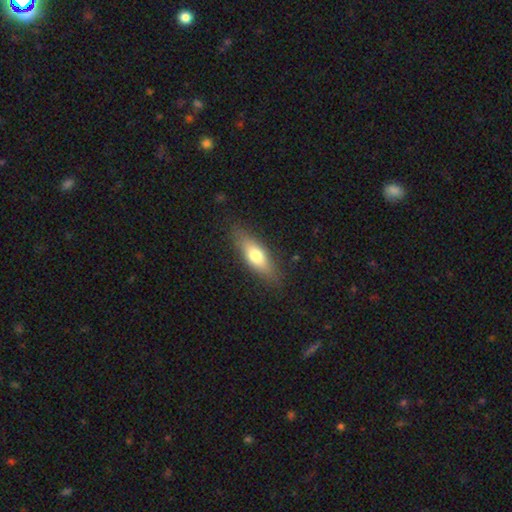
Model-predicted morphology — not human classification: Q: Smooth or featured?
A: smooth (69%); runner-up: featured or disk (25%)
Q: How rounded?
A: in between (61%); runner-up: cigar-shaped (36%)
Q: Merging?
A: none (83%); runner-up: minor disturbance (13%)